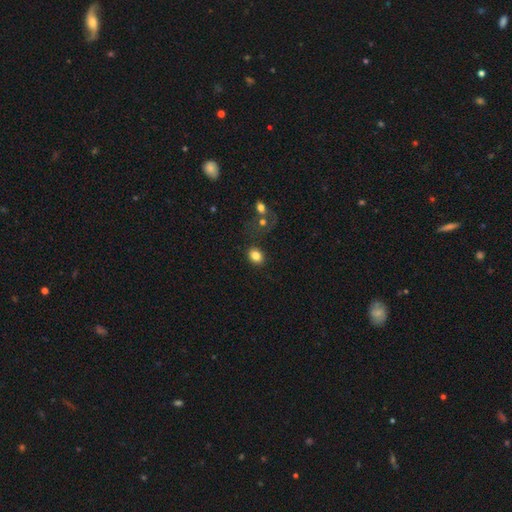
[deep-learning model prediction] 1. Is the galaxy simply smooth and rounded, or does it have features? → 83% smooth, 10% star or artifact, 7% featured or disk.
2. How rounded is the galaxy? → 59% in between, 40% round, 1% cigar-shaped.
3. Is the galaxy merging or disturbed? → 78% none, 11% minor disturbance, 7% merger, 4% major disturbance.